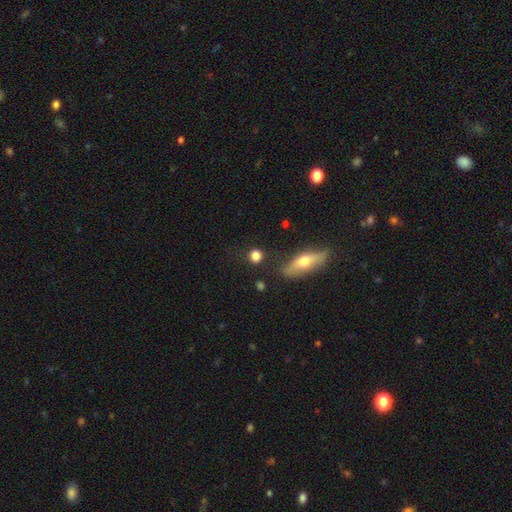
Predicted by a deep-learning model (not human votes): Smooth or featured? Predicted: smooth (p=0.82). How rounded? Predicted: round (p=0.78). Merging? Predicted: none (p=0.81).